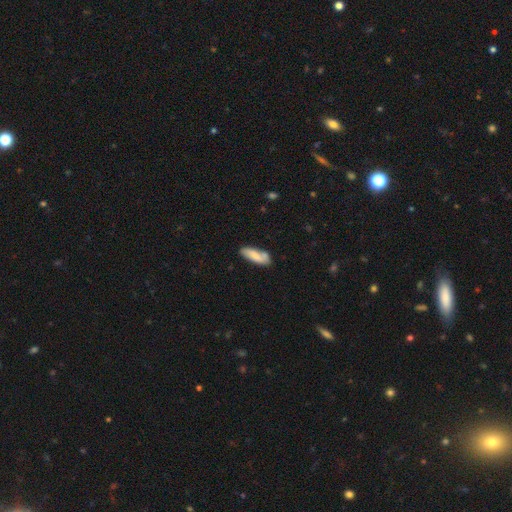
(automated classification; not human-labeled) smooth-or-featured: smooth: 76% | featured or disk: 18% | star or artifact: 6%
  how-rounded: in between: 62% | cigar-shaped: 37% | round: 2%
  merging: none: 66% | minor disturbance: 20% | merger: 10% | major disturbance: 4%